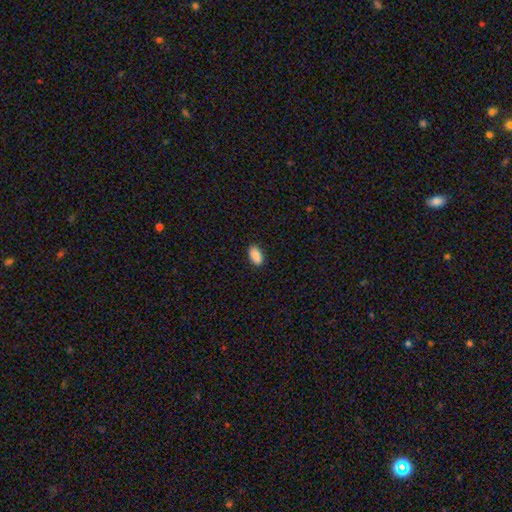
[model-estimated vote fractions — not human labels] This is clearly a smooth galaxy (90%). How rounded: clearly in between (94%). Merging: clearly none (89%).